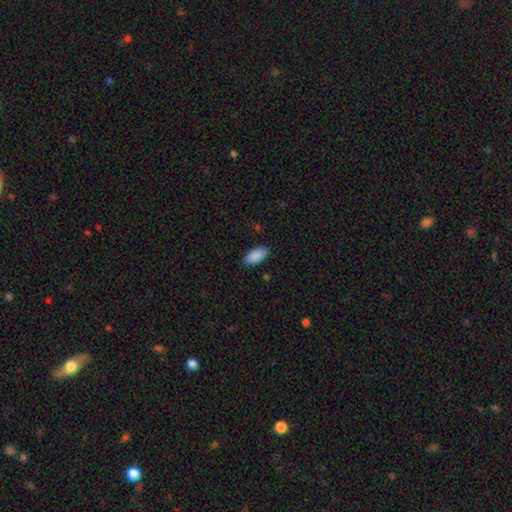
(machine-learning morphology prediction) A smooth galaxy with no disk features (90%) that is in between round and cigar-shaped (92%).

Vote fractions:
- Smooth or featured? smooth: 90% / star or artifact: 6% / featured or disk: 4%
- How rounded? in between: 92% / cigar-shaped: 7% / round: 2%
- Merging? none: 87% / minor disturbance: 10% / major disturbance: 2% / merger: 1%